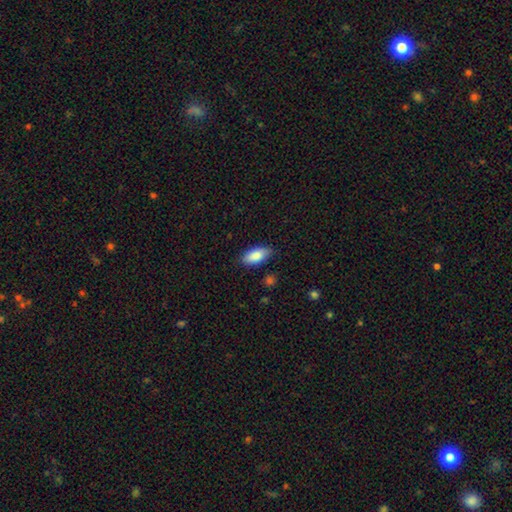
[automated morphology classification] Q: Smooth or featured?
A: smooth (86%); runner-up: featured or disk (7%)
Q: How rounded?
A: in between (88%); runner-up: cigar-shaped (9%)
Q: Merging?
A: none (83%); runner-up: minor disturbance (13%)